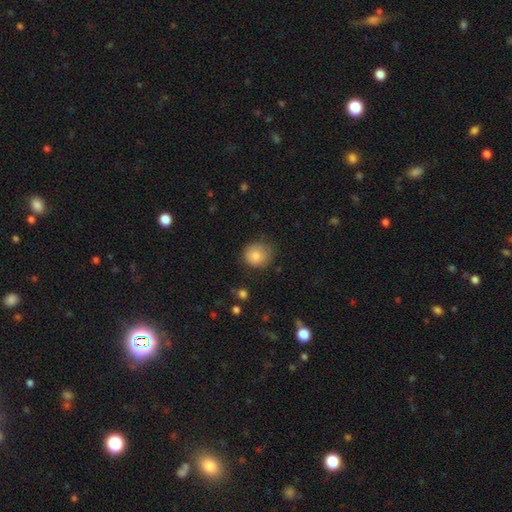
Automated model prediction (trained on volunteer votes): smooth 84%, star or artifact 9%, featured or disk 8%. Down the decision tree: how rounded — round (86%); merging — none (73%).